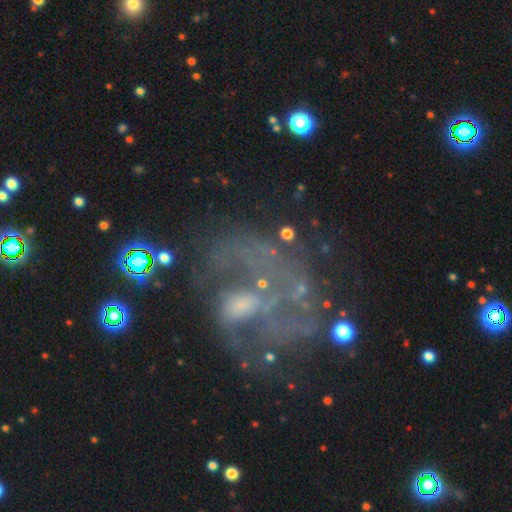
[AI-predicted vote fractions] A featured or disk galaxy (64%) with no bar (69%), spiral arms (53%) and no central bulge (36%).

Vote fractions:
- Smooth or featured? featured or disk: 64% / star or artifact: 20% / smooth: 15%
- Edge-on disk? no: 98% / yes: 2%
- Bar? no: 69% / weak: 23% / strong: 8%
- Spiral arms? yes: 53% / no: 47%
- Bulge size? none: 36% / small: 31% / moderate: 26% / large: 5% / dominant: 2%
- Merging? major disturbance: 41% / none: 33% / minor disturbance: 15% / merger: 10%